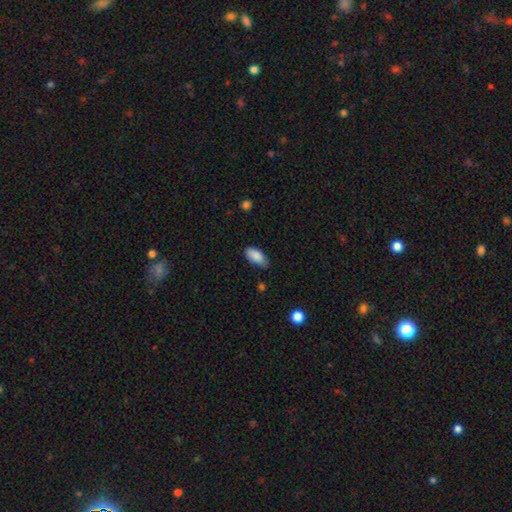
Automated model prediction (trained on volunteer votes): A smooth galaxy with no disk features (87%) that is in between round and cigar-shaped (93%). Merging: none (65%).